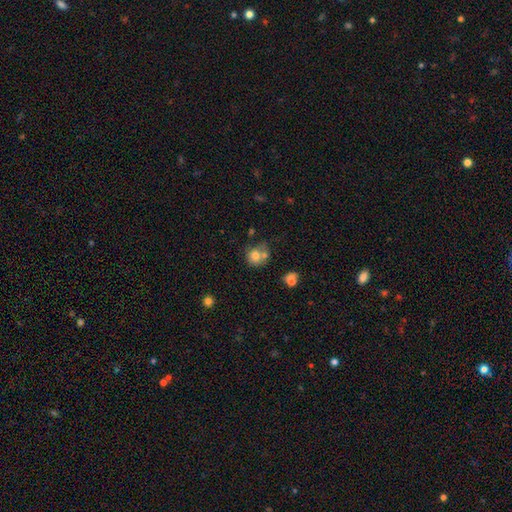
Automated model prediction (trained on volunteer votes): Q: Smooth or featured?
A: smooth (76%); runner-up: featured or disk (13%)
Q: How rounded?
A: round (78%); runner-up: in between (22%)
Q: Merging?
A: none (41%); runner-up: merger (37%)